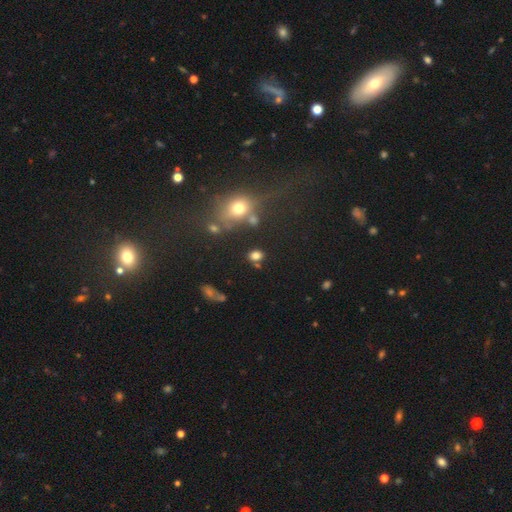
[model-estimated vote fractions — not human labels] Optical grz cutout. It shows a smooth galaxy with no disk features (77%) that is in between round and cigar-shaped (51%). Merging: none (72%).